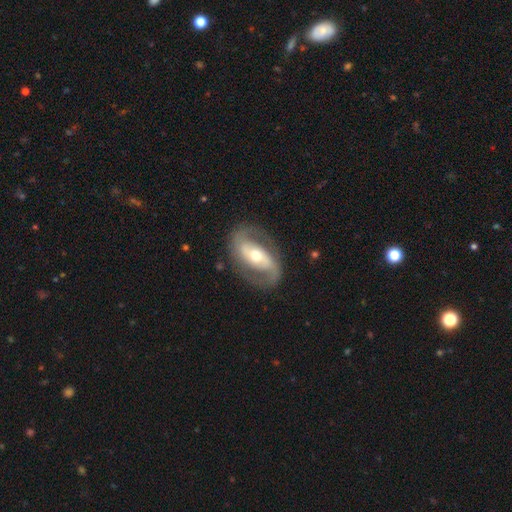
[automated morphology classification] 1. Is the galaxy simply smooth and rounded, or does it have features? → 86% featured or disk, 10% smooth, 4% star or artifact.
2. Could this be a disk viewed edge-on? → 96% no, 4% yes.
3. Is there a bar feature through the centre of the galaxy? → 35% strong, 33% no, 32% weak.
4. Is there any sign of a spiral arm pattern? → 92% yes, 8% no.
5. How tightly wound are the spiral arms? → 49% medium, 29% loose, 21% tight.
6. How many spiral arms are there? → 91% 2, 4% can't tell, 2% 1, 1% 3, 1% 4, 1% more than 4.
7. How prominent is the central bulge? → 62% moderate, 30% small, 6% large, 1% dominant, 1% none.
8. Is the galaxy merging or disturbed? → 82% none, 11% minor disturbance, 6% major disturbance, 1% merger.